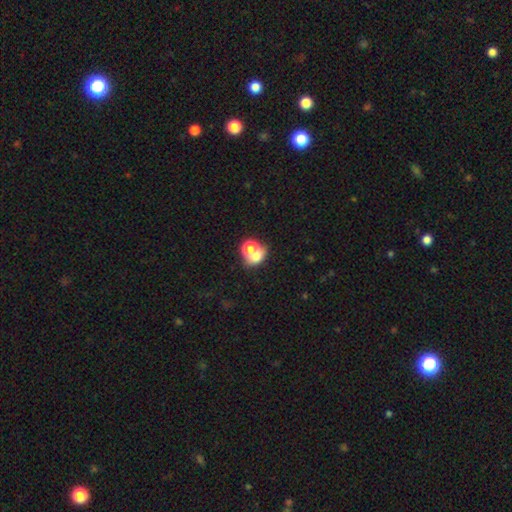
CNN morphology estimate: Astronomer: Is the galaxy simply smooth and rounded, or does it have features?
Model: smooth — 63%.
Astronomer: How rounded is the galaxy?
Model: round — 56% (runner-up: in between, 42%).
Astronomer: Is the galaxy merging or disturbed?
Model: merger — 58%.